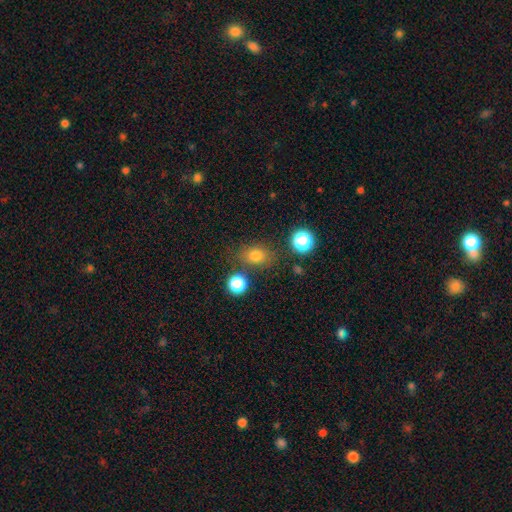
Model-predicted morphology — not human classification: Smooth or featured? smooth (77%)
How rounded? in between (58%)
Merging? none (72%)